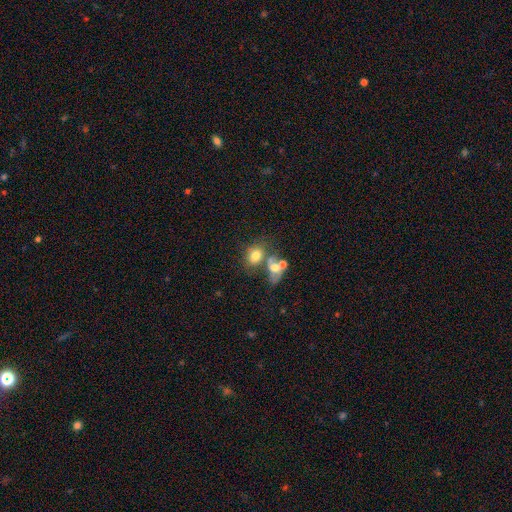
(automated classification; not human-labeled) smooth-or-featured: smooth: 71% | featured or disk: 18% | star or artifact: 12%
  how-rounded: in between: 62% | round: 37% | cigar-shaped: 1%
  merging: merger: 45% | none: 32% | minor disturbance: 13% | major disturbance: 10%